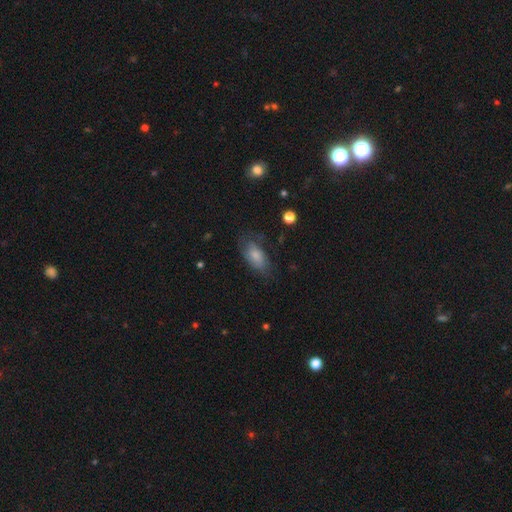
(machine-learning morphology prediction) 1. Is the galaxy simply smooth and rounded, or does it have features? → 71% smooth, 22% featured or disk, 8% star or artifact.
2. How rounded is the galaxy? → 90% in between, 6% cigar-shaped, 4% round.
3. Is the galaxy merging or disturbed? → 58% none, 27% minor disturbance, 13% major disturbance, 2% merger.